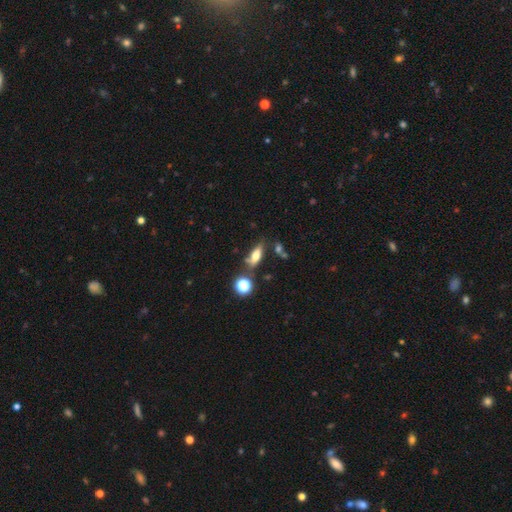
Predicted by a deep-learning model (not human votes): Overall: smooth (61%; featured or disk 26%). How rounded: in between (62%; cigar-shaped 30%). Merging: none (66%).